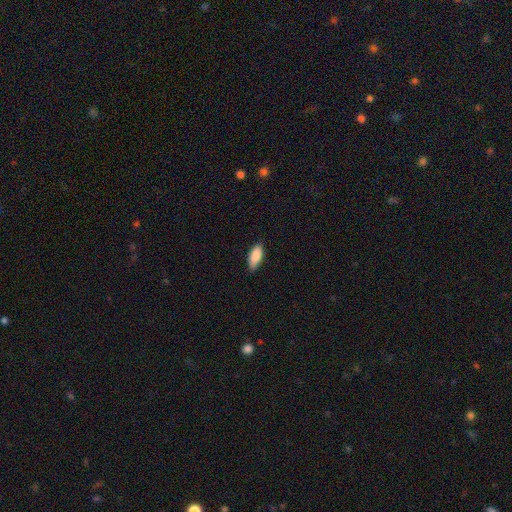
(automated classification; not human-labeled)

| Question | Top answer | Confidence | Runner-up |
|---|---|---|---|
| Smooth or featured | smooth | 88% | featured or disk (6%) |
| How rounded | in between | 83% | cigar-shaped (16%) |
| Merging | none | 84% | minor disturbance (13%) |